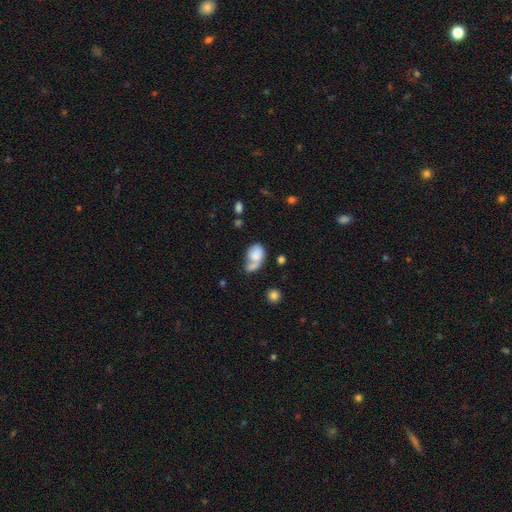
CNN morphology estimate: This is likely a smooth galaxy (70%). How rounded: likely in between (75%). Merging: marginally merger (44%).